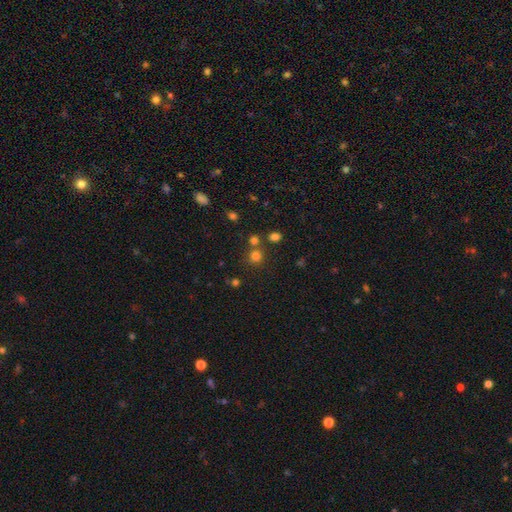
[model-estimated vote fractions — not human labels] Smooth or featured: smooth — 72% (star or artifact — 22%)
How rounded: round — 89% (in between — 10%)
Merging: none — 70% (merger — 19%)